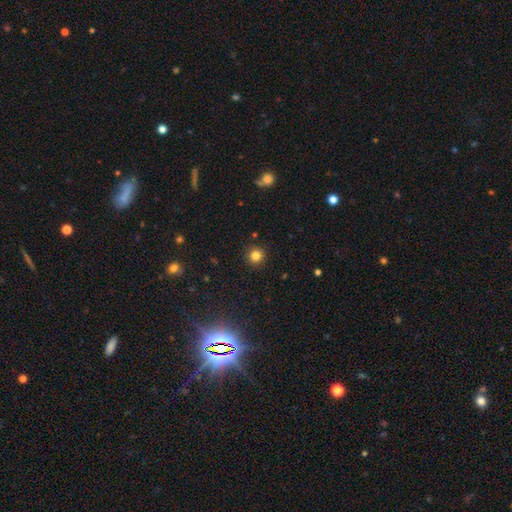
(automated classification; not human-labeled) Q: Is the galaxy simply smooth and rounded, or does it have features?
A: smooth — 81%.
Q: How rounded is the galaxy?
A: round — 94%.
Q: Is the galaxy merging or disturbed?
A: none — 91%.